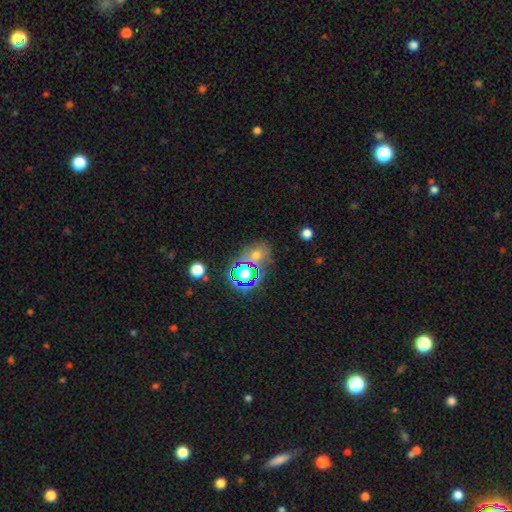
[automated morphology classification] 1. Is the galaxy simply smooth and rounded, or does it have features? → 45% star or artifact, 42% smooth, 13% featured or disk.